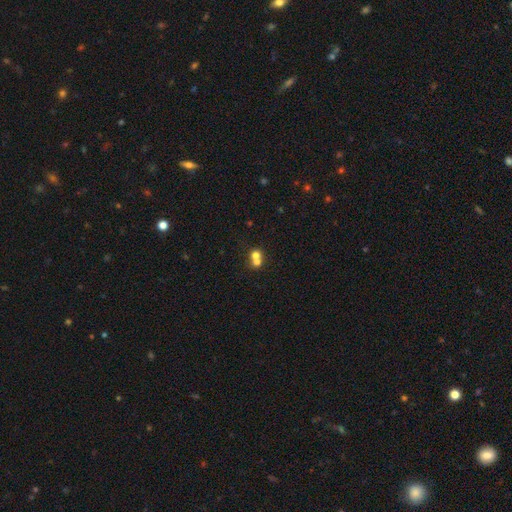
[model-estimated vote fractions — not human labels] Overall: smooth (69%). How rounded: round (79%). Merging: merger (62%; none 31%).